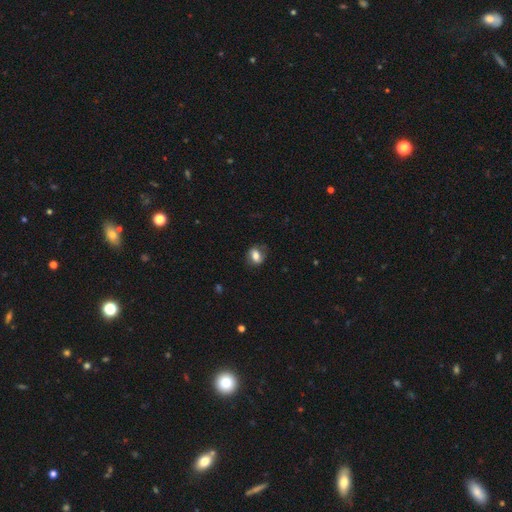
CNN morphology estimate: A smooth galaxy with no disk features (72%) that is in between round and cigar-shaped (65%).

Vote fractions:
- Smooth or featured? smooth: 72% / featured or disk: 19% / star or artifact: 9%
- How rounded? in between: 65% / round: 34% / cigar-shaped: 2%
- Merging? none: 73% / minor disturbance: 19% / major disturbance: 7% / merger: 1%